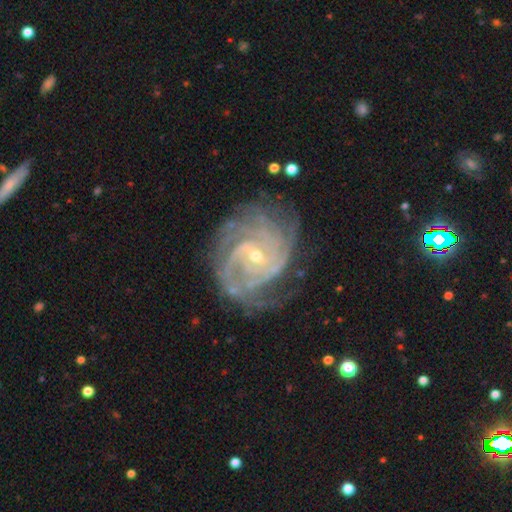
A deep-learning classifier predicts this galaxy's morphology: Q: Smooth or featured?
A: featured or disk (91%); runner-up: star or artifact (5%)
Q: Edge-on disk?
A: no (98%); runner-up: yes (2%)
Q: Bar?
A: weak (46%); runner-up: no (39%)
Q: Spiral arms?
A: yes (98%); runner-up: no (2%)
Q: Spiral winding?
A: tight (69%); runner-up: medium (27%)
Q: Spiral arm count?
A: 4 (24%); runner-up: can't tell (21%)
Q: Bulge size?
A: small (69%); runner-up: moderate (28%)
Q: Merging?
A: none (71%); runner-up: minor disturbance (19%)